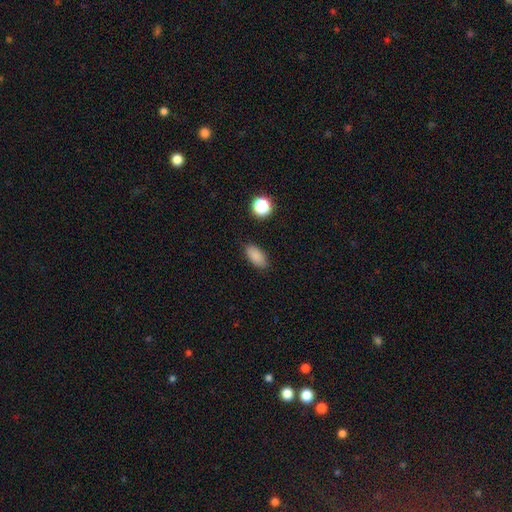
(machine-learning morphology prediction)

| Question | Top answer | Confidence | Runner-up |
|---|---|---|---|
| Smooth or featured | smooth | 86% | star or artifact (10%) |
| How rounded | in between | 88% | cigar-shaped (6%) |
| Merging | none | 85% | minor disturbance (10%) |